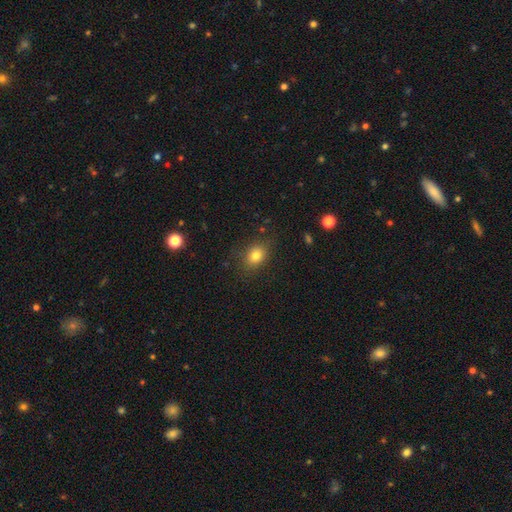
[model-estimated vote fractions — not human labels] Smooth or featured: smooth — 80% (star or artifact — 12%)
How rounded: in between — 59% (round — 40%)
Merging: none — 81% (minor disturbance — 13%)